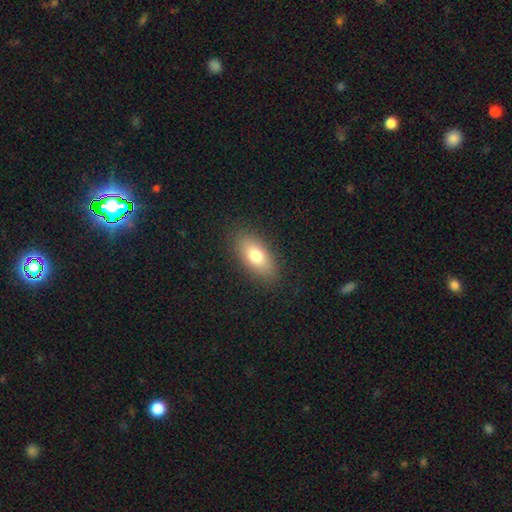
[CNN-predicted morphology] A smooth galaxy with no disk features (76%) that is in between round and cigar-shaped (86%). Merging: none (87%).